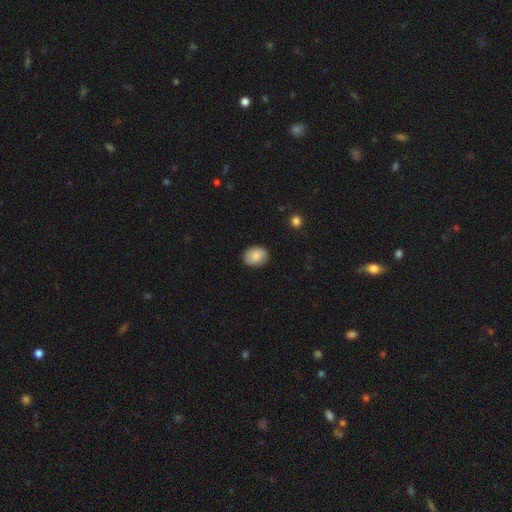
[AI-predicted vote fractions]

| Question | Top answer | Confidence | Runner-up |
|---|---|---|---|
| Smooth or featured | smooth | 85% | featured or disk (9%) |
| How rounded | in between | 66% | round (34%) |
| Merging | none | 84% | minor disturbance (13%) |